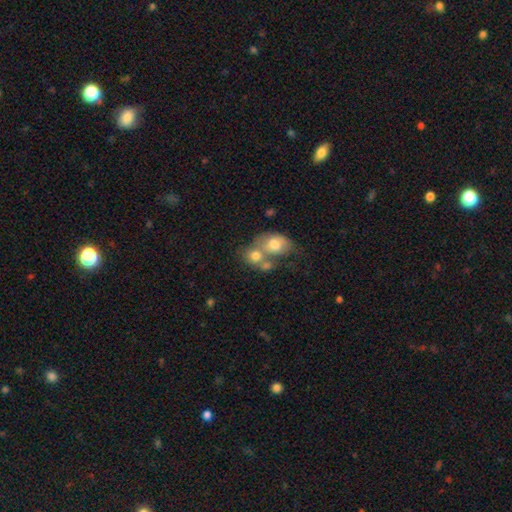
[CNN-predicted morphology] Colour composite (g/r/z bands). It shows a smooth galaxy with no disk features (70%) that is in between round and cigar-shaped (50%). Merging: merger (64%).